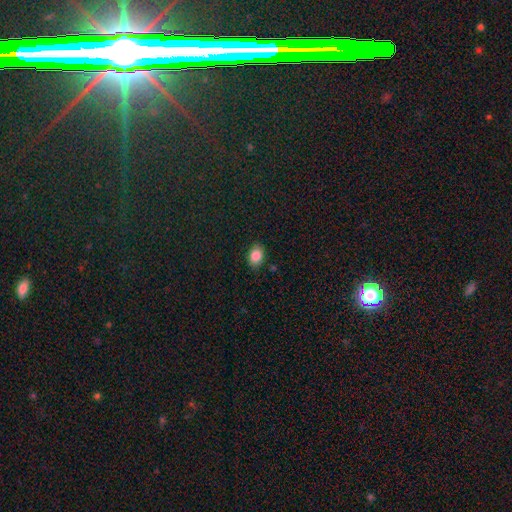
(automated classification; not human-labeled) Smooth or featured: smooth — 85% (star or artifact — 9%)
How rounded: in between — 75% (round — 24%)
Merging: none — 85% (minor disturbance — 11%)